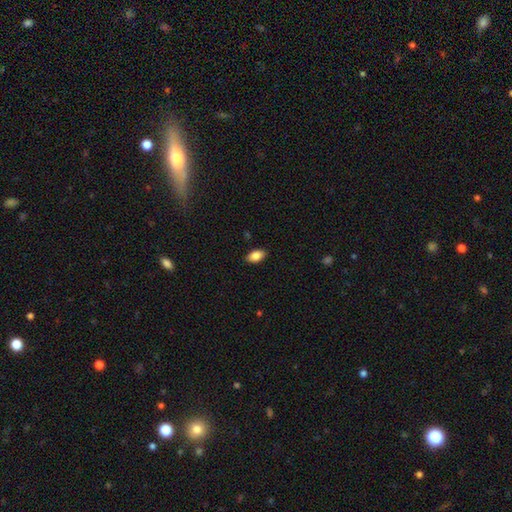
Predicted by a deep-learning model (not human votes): Morphology: type=smooth (86%); roundness=in between (92%); merging=none (88%).